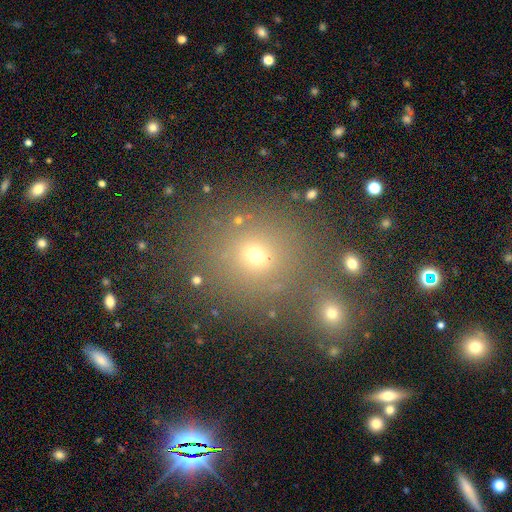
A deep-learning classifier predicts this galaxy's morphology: smooth 59%, star or artifact 30%, featured or disk 11%. Down the decision tree: how rounded — round (81%); merging — none (74%).